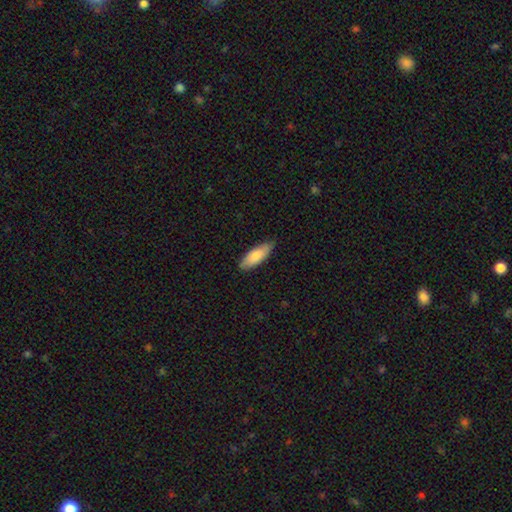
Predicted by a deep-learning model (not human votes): This appears to be a smooth galaxy with no disk features (77%) that is in between round and cigar-shaped (68%). Merging: none (80%).